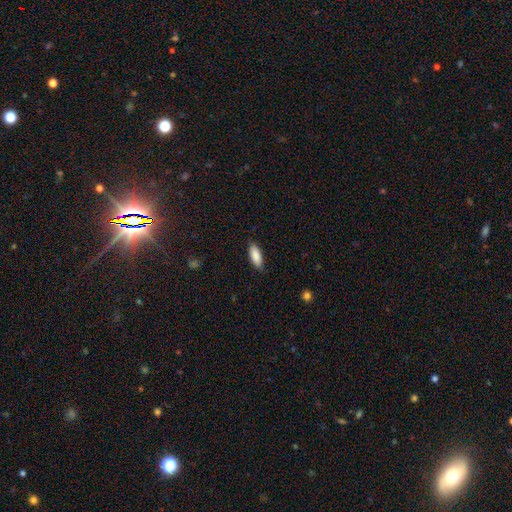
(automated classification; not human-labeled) Smooth or featured?
  - smooth: 88% *
  - star or artifact: 6%
  - featured or disk: 6%
How rounded?
  - in between: 75% *
  - cigar-shaped: 23%
  - round: 2%
Merging?
  - none: 87% *
  - minor disturbance: 10%
  - major disturbance: 2%
  - merger: 1%